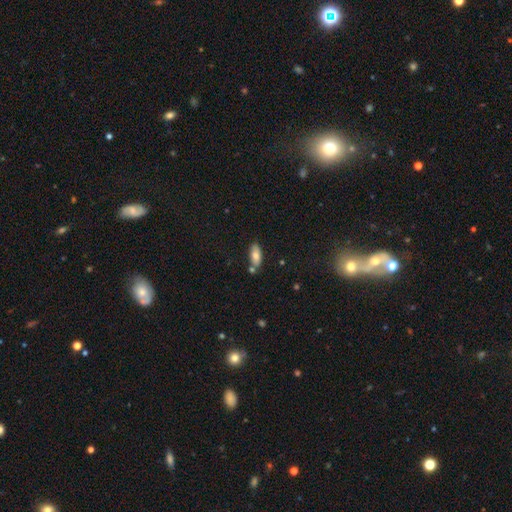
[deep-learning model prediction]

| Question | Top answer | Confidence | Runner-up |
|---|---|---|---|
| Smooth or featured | smooth | 74% | featured or disk (18%) |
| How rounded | in between | 84% | cigar-shaped (14%) |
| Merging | none | 71% | minor disturbance (14%) |